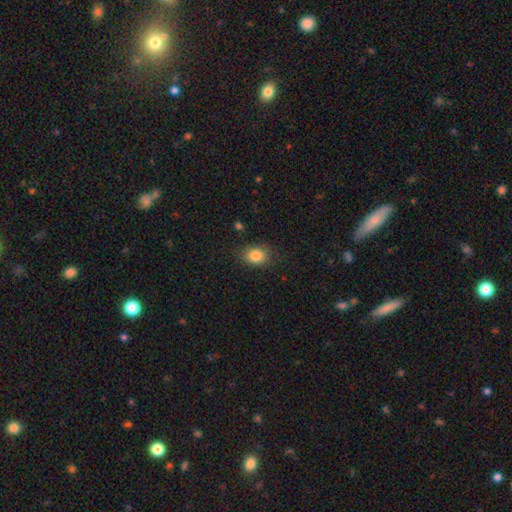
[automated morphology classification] This is clearly a smooth galaxy (84%). How rounded: possibly in between (55%). Merging: clearly none (80%).